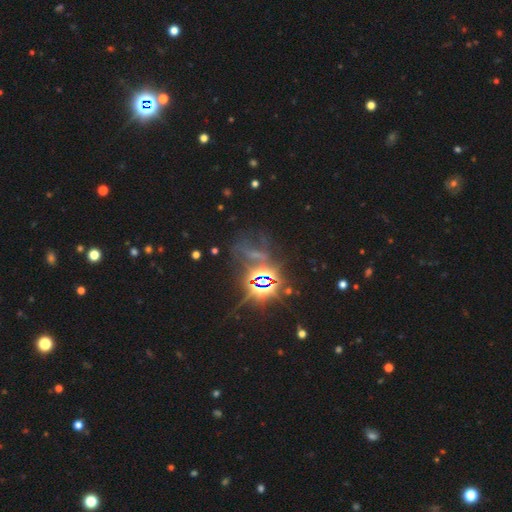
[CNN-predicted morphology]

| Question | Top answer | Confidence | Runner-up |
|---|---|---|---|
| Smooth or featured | star or artifact | 80% | featured or disk (11%) |